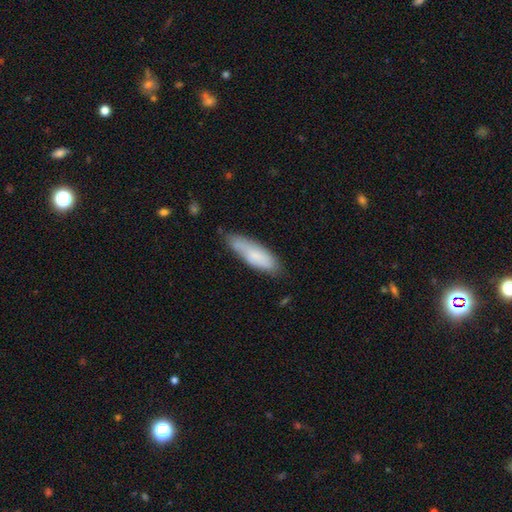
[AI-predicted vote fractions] Morphology: type=smooth (75%); roundness=cigar-shaped (51%); merging=none (67%).